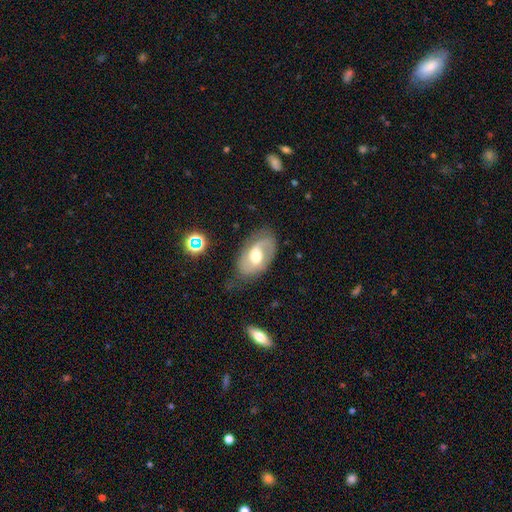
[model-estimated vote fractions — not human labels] Smooth or featured? featured or disk (67%)
Edge-on disk? no (95%)
Bar? weak (44%)
Spiral arms? yes (82%)
Spiral winding? medium (46%)
Spiral arm count? 2 (72%)
Bulge size? moderate (69%)
Merging? none (67%)